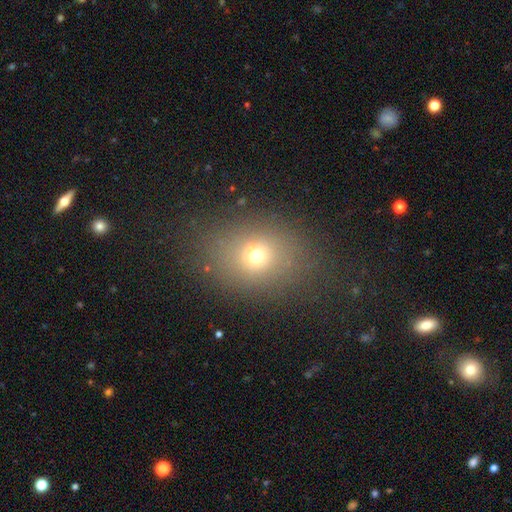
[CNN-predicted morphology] A smooth galaxy with no disk features (63%) that is round (51%). Merging: none (70%).